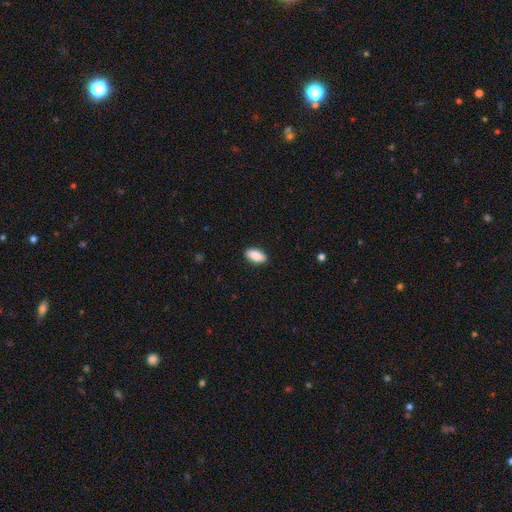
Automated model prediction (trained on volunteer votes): Smooth or featured?
  - smooth: 89% *
  - star or artifact: 6%
  - featured or disk: 5%
How rounded?
  - in between: 92% *
  - cigar-shaped: 6%
  - round: 3%
Merging?
  - none: 90% *
  - minor disturbance: 8%
  - major disturbance: 2%
  - merger: 1%